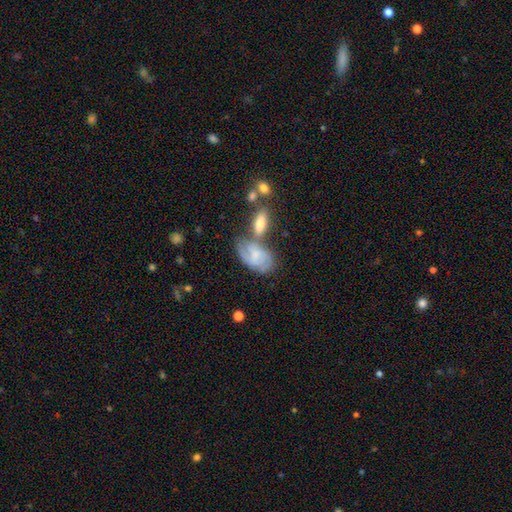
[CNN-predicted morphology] The model was most divided on "merging": none: 41%, merger: 29%, minor disturbance: 20%, major disturbance: 10%. More confident: edge-on disk — no (94%); smooth or featured — featured or disk (53%).